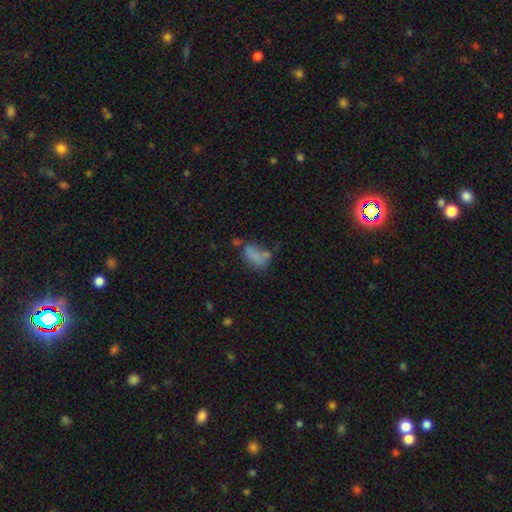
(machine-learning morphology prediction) Smooth or featured?
  - smooth: 71% *
  - featured or disk: 16%
  - star or artifact: 13%
How rounded?
  - in between: 85% *
  - cigar-shaped: 8%
  - round: 7%
Merging?
  - none: 38% *
  - minor disturbance: 23%
  - merger: 21%
  - major disturbance: 18%